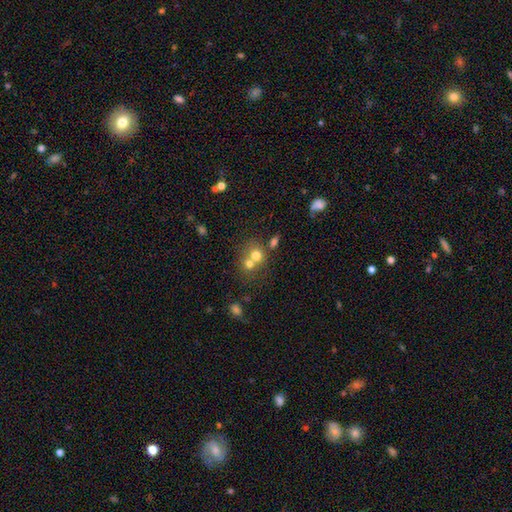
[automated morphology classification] Q: Smooth or featured?
A: smooth (69%); runner-up: featured or disk (17%)
Q: How rounded?
A: round (76%); runner-up: in between (23%)
Q: Merging?
A: merger (56%); runner-up: none (34%)